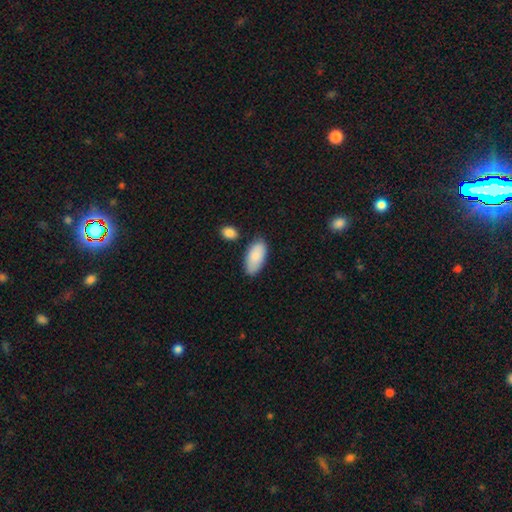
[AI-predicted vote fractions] Smooth or featured? Predicted: smooth (p=0.87). How rounded? Predicted: in between (p=0.93). Merging? Predicted: none (p=0.75).